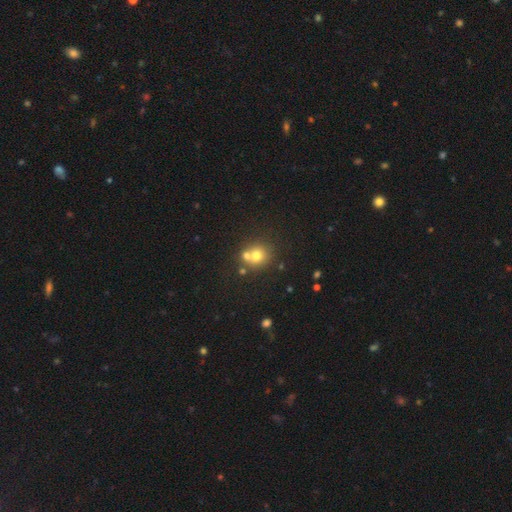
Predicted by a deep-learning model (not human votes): A smooth galaxy with no disk features (69%) that is round (84%). Merging: none (50%).